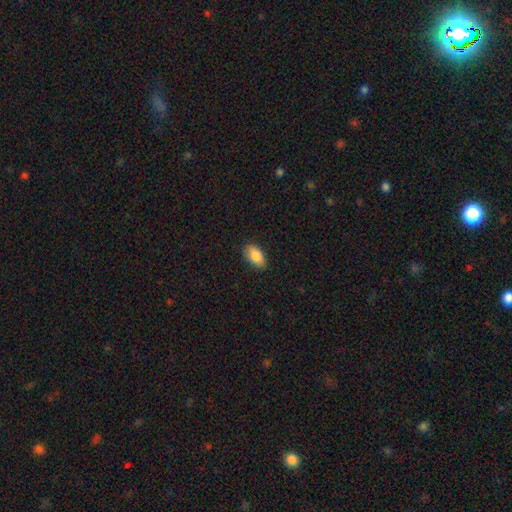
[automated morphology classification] Smooth or featured? smooth (87%)
How rounded? in between (92%)
Merging? none (85%)